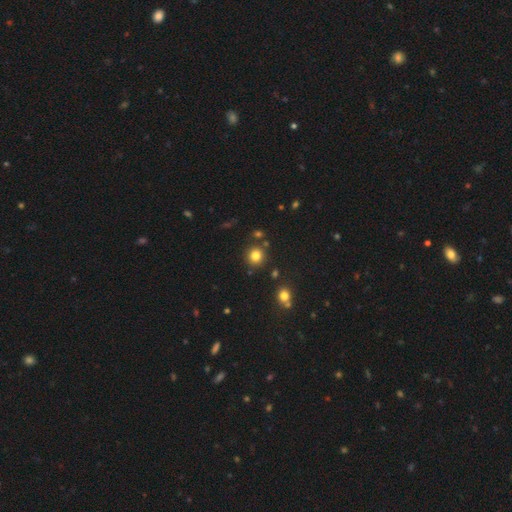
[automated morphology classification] This appears to be a smooth galaxy with no disk features (80%) that is round (92%). Merging: none (85%).